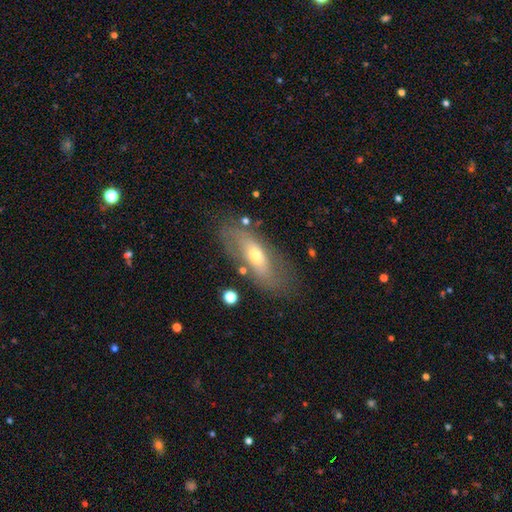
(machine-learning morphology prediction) Q: Smooth or featured?
A: featured or disk (49%); runner-up: smooth (43%)
Q: Merging?
A: none (70%); runner-up: minor disturbance (18%)